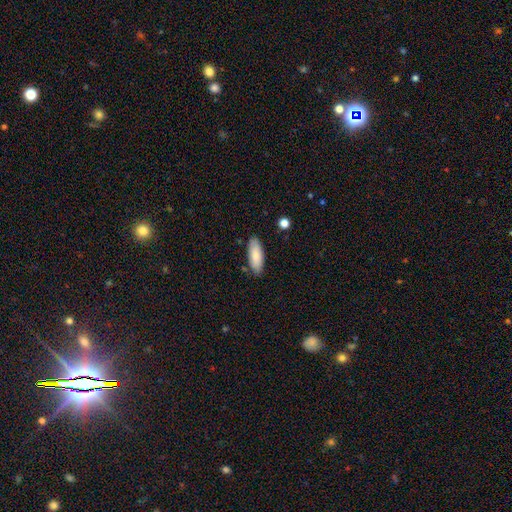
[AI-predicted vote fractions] Smooth or featured: smooth — 83% (featured or disk — 11%)
How rounded: in between — 74% (cigar-shaped — 25%)
Merging: none — 83% (minor disturbance — 12%)